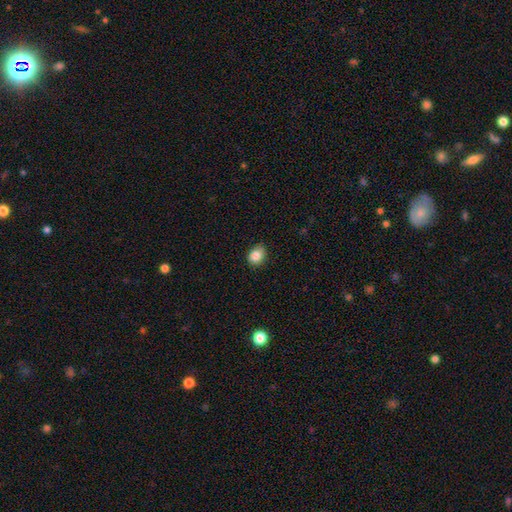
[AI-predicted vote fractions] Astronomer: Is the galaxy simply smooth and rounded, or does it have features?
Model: smooth — 85%.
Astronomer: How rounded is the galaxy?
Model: round — 56% (runner-up: in between, 43%).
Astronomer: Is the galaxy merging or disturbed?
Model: none — 74%.